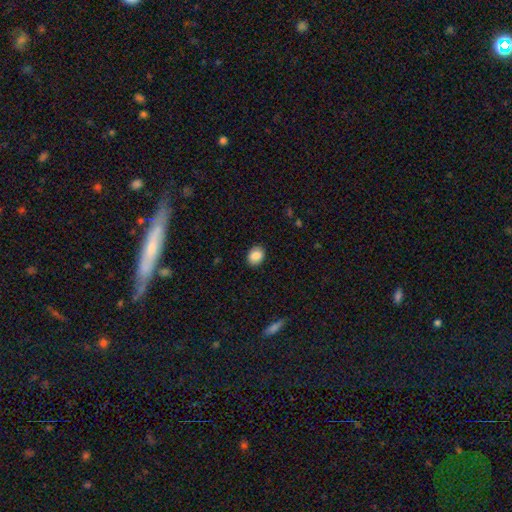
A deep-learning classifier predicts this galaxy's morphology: A smooth galaxy with no disk features (87%) that is in between round and cigar-shaped (58%).

Vote fractions:
- Smooth or featured? smooth: 87% / star or artifact: 8% / featured or disk: 5%
- How rounded? in between: 58% / round: 41% / cigar-shaped: 1%
- Merging? none: 89% / minor disturbance: 8% / major disturbance: 2% / merger: 1%